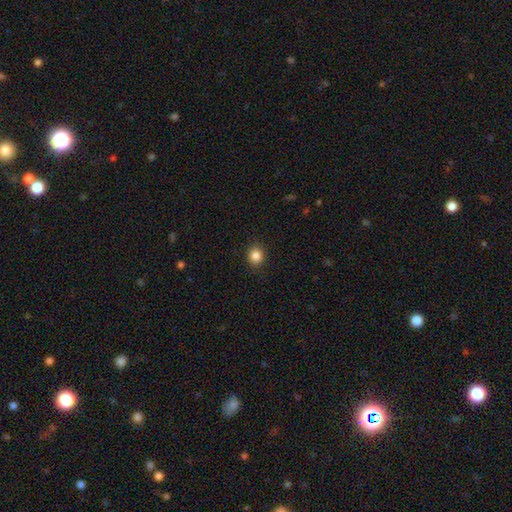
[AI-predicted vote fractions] A smooth galaxy with no disk features (85%) that is round (80%). Merging: none (90%).